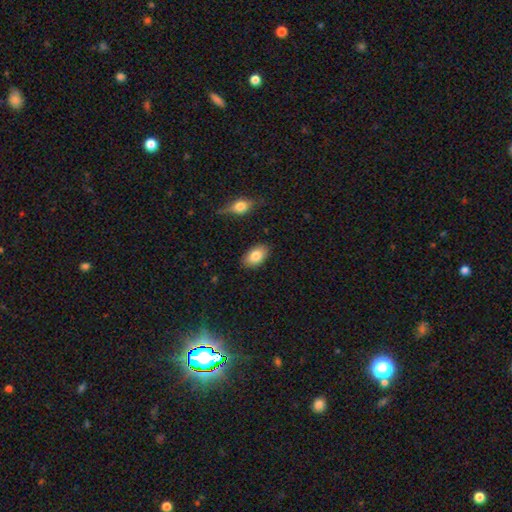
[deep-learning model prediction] This is clearly a smooth galaxy (82%). How rounded: clearly in between (92%). Merging: clearly none (86%).